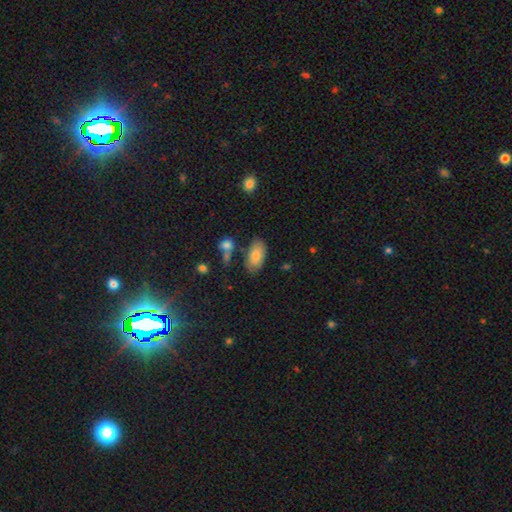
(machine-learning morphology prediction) Smooth or featured? Predicted: smooth (p=0.81). How rounded? Predicted: in between (p=0.94). Merging? Predicted: none (p=0.71).